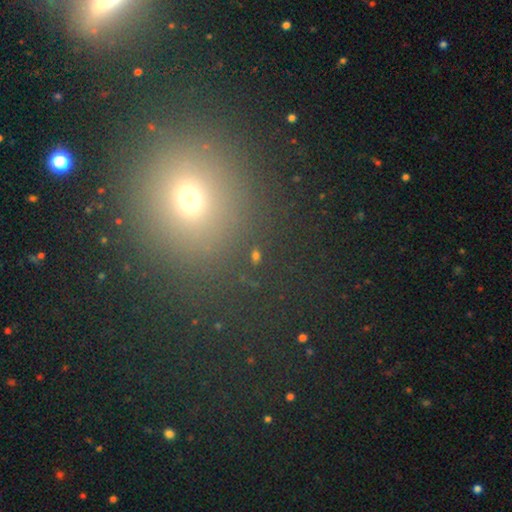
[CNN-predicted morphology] type=smooth (48%); merging=none (80%).